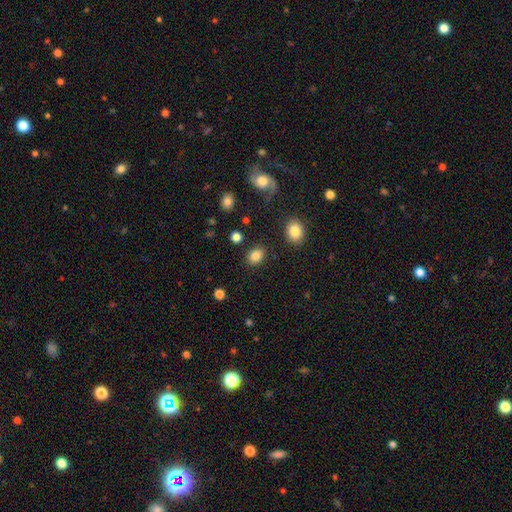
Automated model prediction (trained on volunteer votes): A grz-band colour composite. It shows a smooth galaxy with no disk features (84%) that is in between round and cigar-shaped (58%). Merging: none (87%).